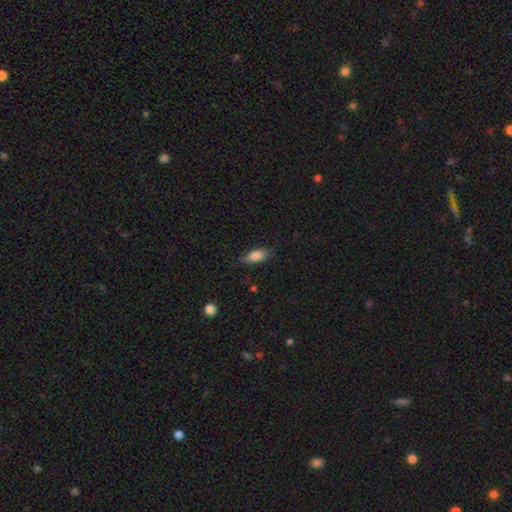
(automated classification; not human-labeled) Smooth or featured? smooth (81%)
How rounded? in between (82%)
Merging? none (76%)